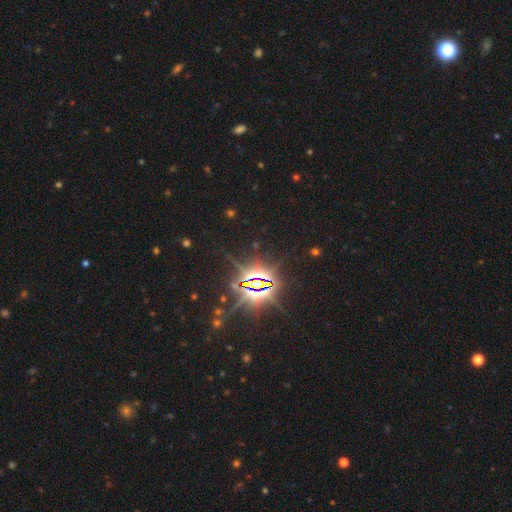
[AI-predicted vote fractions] A star or artifact, not a galaxy (86%).

Vote fractions:
- Smooth or featured? star or artifact: 86% / smooth: 7% / featured or disk: 7%